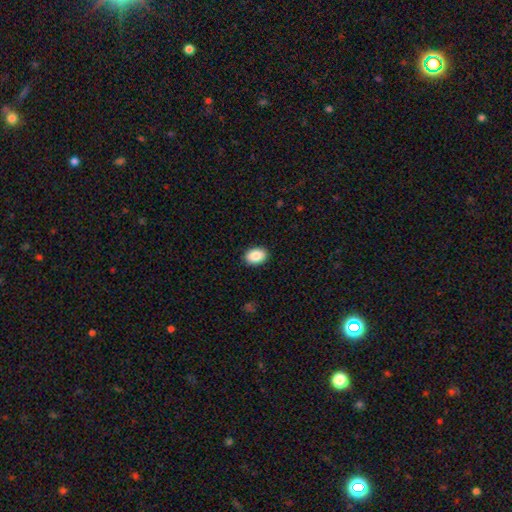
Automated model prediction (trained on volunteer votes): The model was most divided on "how rounded": in between: 81%, round: 18%, cigar-shaped: 1%. More confident: merging — none (90%); smooth or featured — smooth (89%).